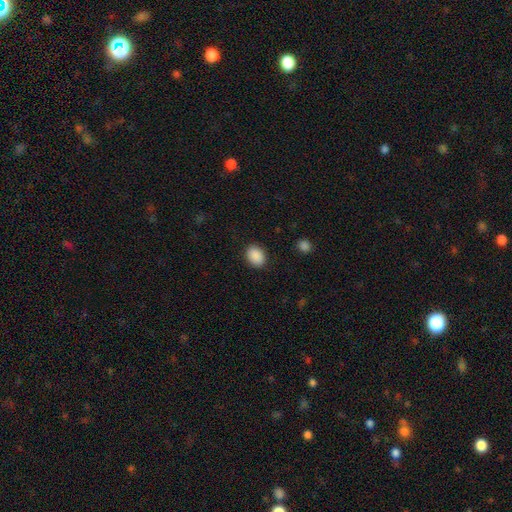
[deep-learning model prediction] Smooth or featured?
  - smooth: 90% *
  - star or artifact: 8%
  - featured or disk: 2%
How rounded?
  - in between: 67% *
  - round: 32%
  - cigar-shaped: 1%
Merging?
  - none: 89% *
  - minor disturbance: 8%
  - major disturbance: 2%
  - merger: 1%